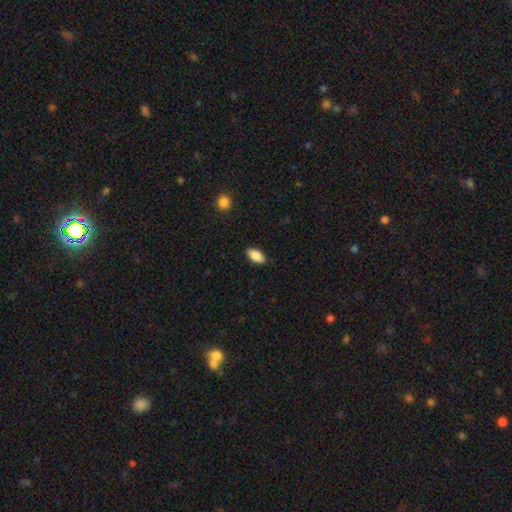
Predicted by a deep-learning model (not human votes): Smooth or featured: smooth — 88% (star or artifact — 7%)
How rounded: in between — 93% (cigar-shaped — 5%)
Merging: none — 87% (minor disturbance — 10%)